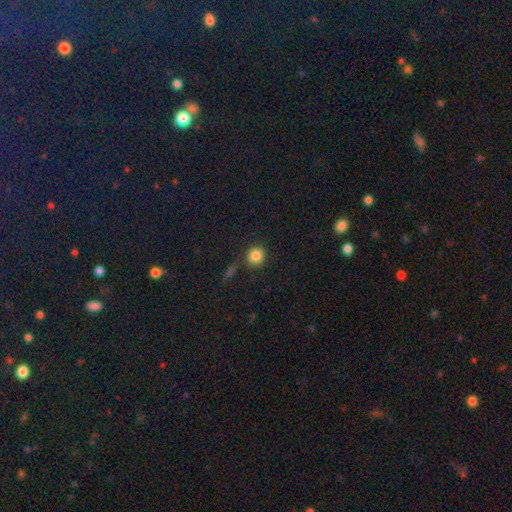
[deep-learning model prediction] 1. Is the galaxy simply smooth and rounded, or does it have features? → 84% smooth, 11% star or artifact, 5% featured or disk.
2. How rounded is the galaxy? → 88% round, 11% in between, 1% cigar-shaped.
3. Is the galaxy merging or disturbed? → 82% none, 9% minor disturbance, 6% merger, 3% major disturbance.